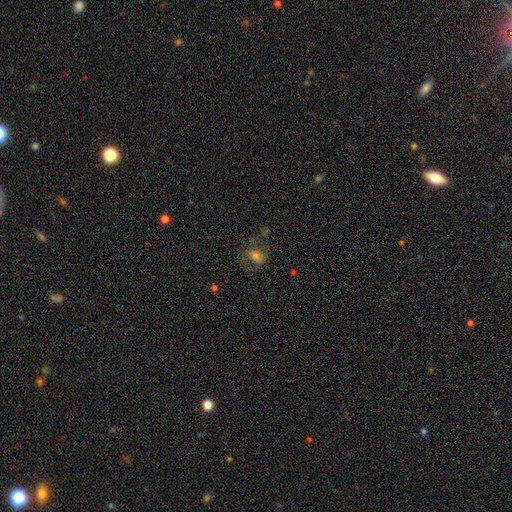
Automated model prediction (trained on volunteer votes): smooth-or-featured: featured or disk: 59% | smooth: 27% | star or artifact: 14%
  disk-edge-on: no: 96% | yes: 4%
    bar: weak: 43% | no: 42% | strong: 15%
    has-spiral-arms: yes: 78% | no: 22%
    bulge-size: moderate: 44% | small: 32% | large: 14% | none: 8% | dominant: 2%
  merging: none: 60% | major disturbance: 18% | minor disturbance: 18% | merger: 4%